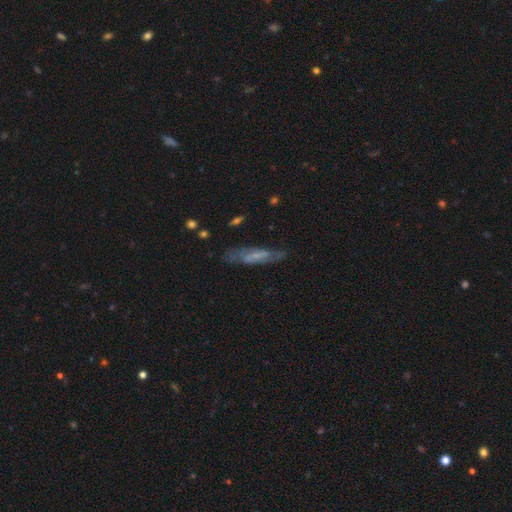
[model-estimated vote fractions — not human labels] This appears to be a featured or disk galaxy (54%). Merging: none (69%).